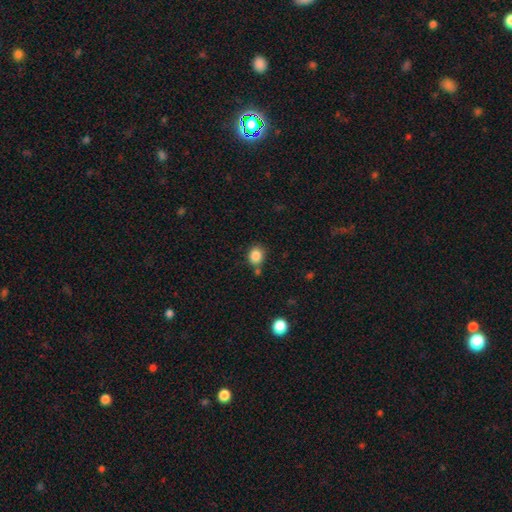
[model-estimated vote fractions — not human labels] This appears to be a smooth galaxy with no disk features (85%) that is round (65%). Merging: none (72%).